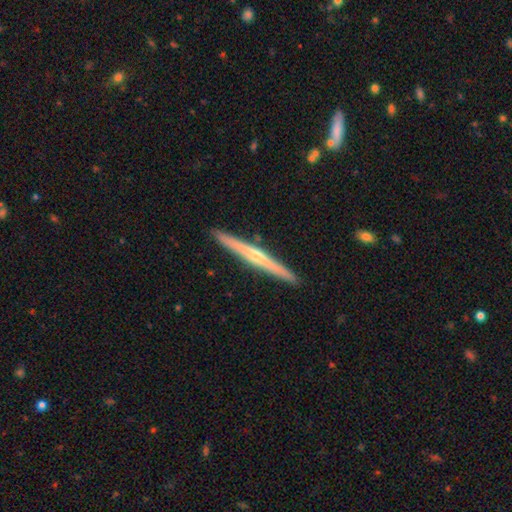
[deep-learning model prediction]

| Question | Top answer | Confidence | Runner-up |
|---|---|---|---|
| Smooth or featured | featured or disk | 70% | smooth (25%) |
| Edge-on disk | yes | 98% | no (2%) |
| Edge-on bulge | rounded | 69% | none (26%) |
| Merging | none | 93% | minor disturbance (5%) |